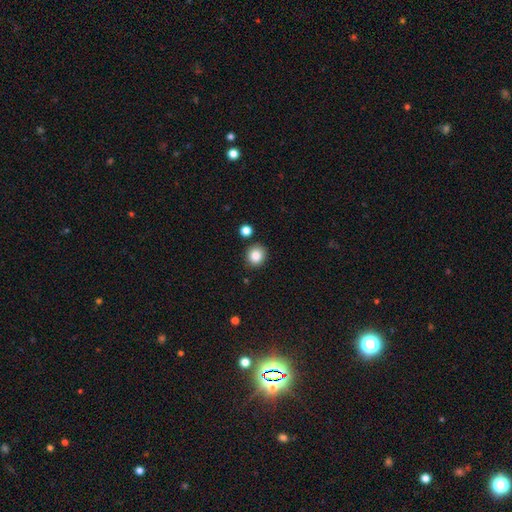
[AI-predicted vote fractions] This appears to be a smooth galaxy with no disk features (86%) that is round (79%). Merging: none (85%).